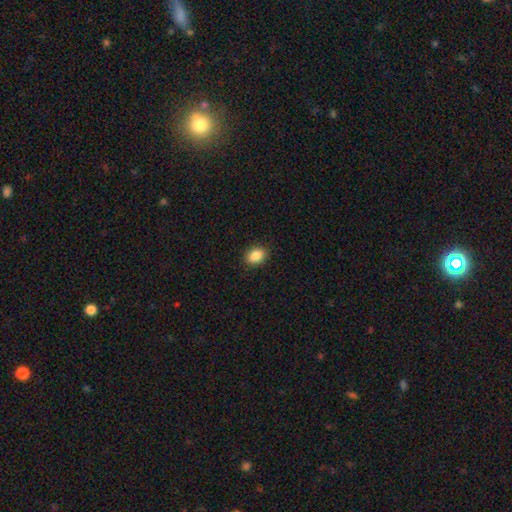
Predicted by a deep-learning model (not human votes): This is clearly a smooth galaxy (87%). How rounded: likely in between (69%). Merging: clearly none (90%).